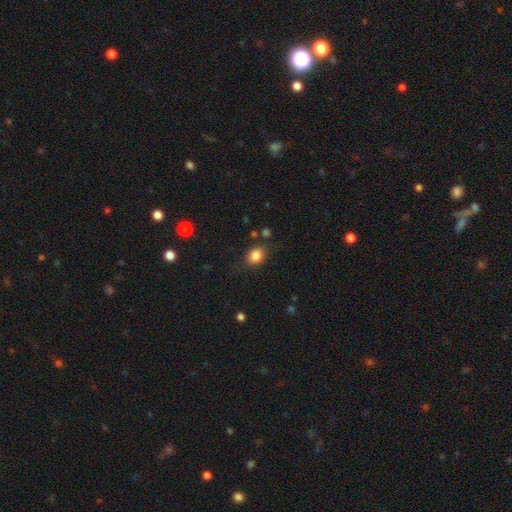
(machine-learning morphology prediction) Q: Smooth or featured?
A: smooth (84%); runner-up: star or artifact (10%)
Q: How rounded?
A: in between (52%); runner-up: round (47%)
Q: Merging?
A: none (78%); runner-up: minor disturbance (14%)